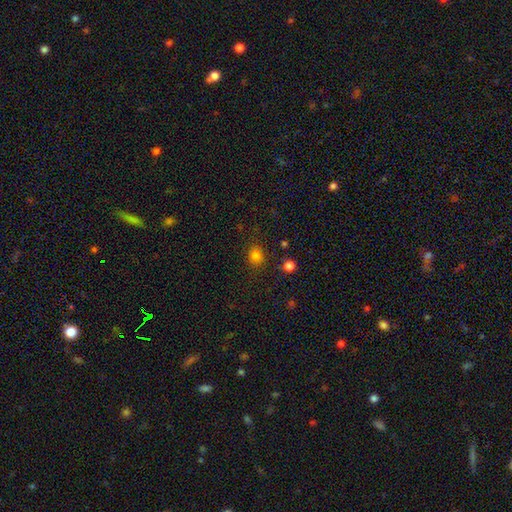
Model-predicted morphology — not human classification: Smooth or featured: smooth — 81% (star or artifact — 15%)
How rounded: round — 70% (in between — 29%)
Merging: none — 85% (minor disturbance — 10%)